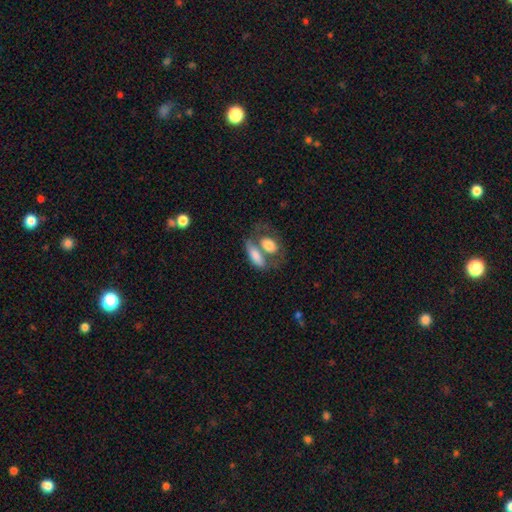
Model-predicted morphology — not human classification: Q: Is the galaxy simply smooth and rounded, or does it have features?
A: smooth — 74%.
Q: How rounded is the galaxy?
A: in between — 81%.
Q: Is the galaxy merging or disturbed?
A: merger — 55%.